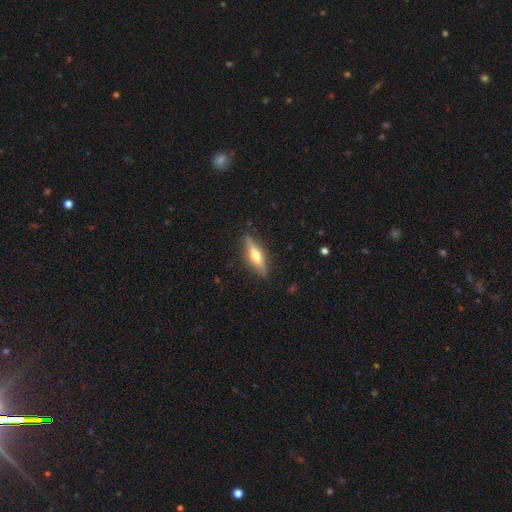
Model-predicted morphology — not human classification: Smooth or featured? featured or disk (51%)
Edge-on disk? yes (92%)
Merging? none (85%)